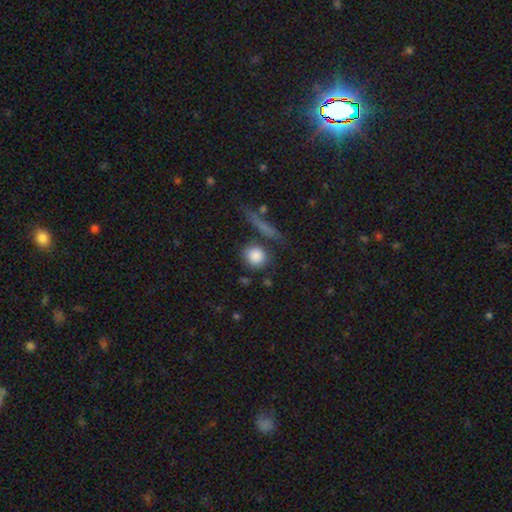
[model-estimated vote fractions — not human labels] smooth-or-featured: smooth: 85% | star or artifact: 8% | featured or disk: 7%
  how-rounded: round: 83% | in between: 13% | cigar-shaped: 4%
  merging: none: 73% | minor disturbance: 12% | merger: 10% | major disturbance: 5%